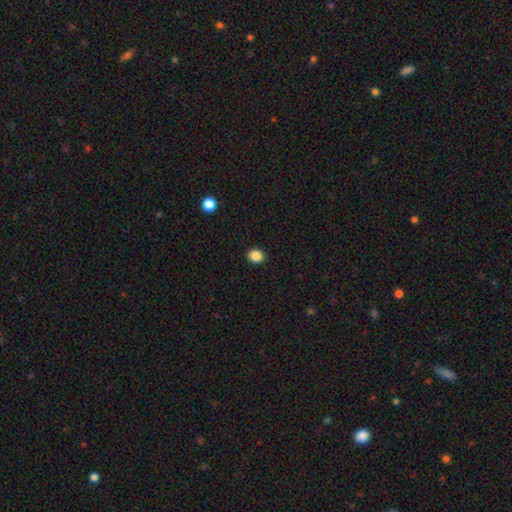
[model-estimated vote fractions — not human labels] Q: Smooth or featured?
A: smooth (86%); runner-up: star or artifact (10%)
Q: How rounded?
A: round (77%); runner-up: in between (22%)
Q: Merging?
A: none (92%); runner-up: minor disturbance (5%)